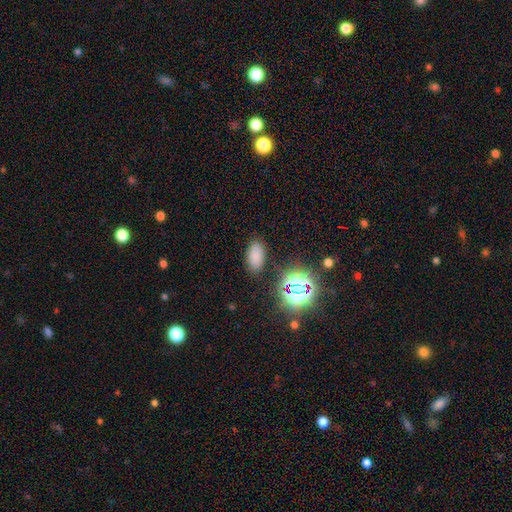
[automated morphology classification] smooth-or-featured: smooth: 75% | star or artifact: 19% | featured or disk: 6%
  how-rounded: in between: 92% | round: 6% | cigar-shaped: 3%
  merging: none: 85% | minor disturbance: 10% | major disturbance: 3% | merger: 2%